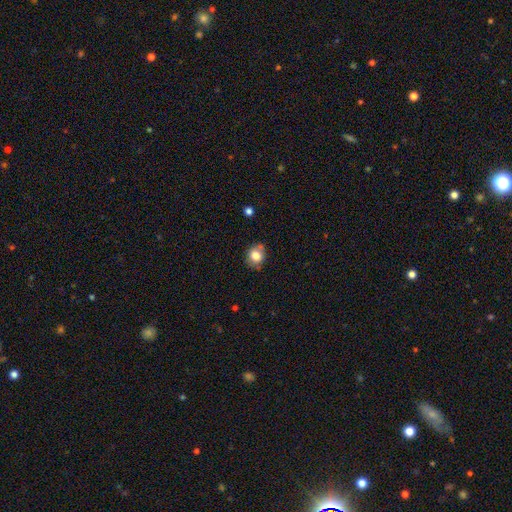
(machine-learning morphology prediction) A smooth galaxy with no disk features (79%) that is round (68%). Merging: none (73%).